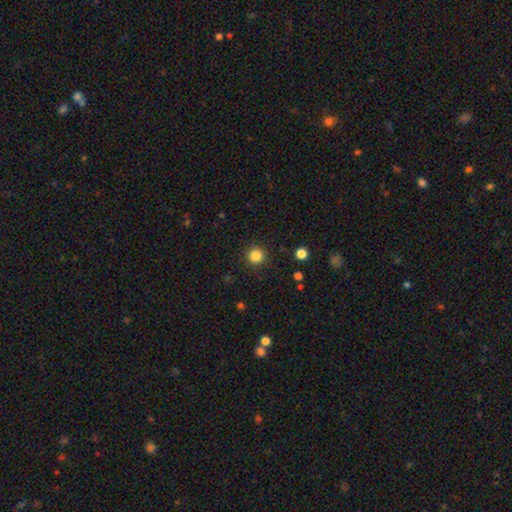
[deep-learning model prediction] Morphology: type=smooth (84%); roundness=round (95%); merging=none (92%).